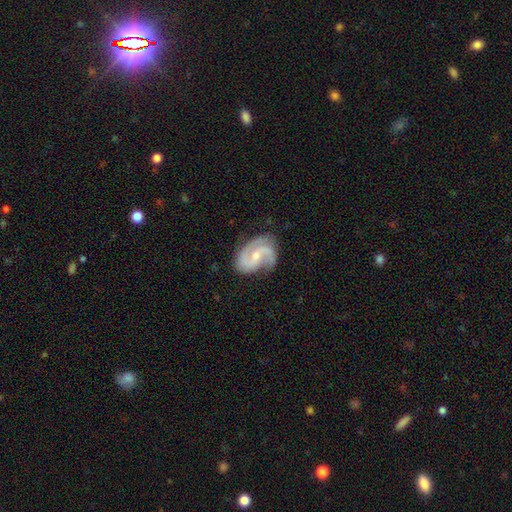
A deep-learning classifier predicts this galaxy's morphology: Smooth or featured?
  - featured or disk: 88% *
  - smooth: 7%
  - star or artifact: 5%
Edge-on disk?
  - no: 98% *
  - yes: 2%
Bar?
  - weak: 46% *
  - no: 41%
  - strong: 13%
Spiral arms?
  - yes: 97% *
  - no: 3%
Spiral winding?
  - medium: 53% *
  - tight: 26%
  - loose: 21%
Spiral arm count?
  - 2: 79% *
  - 3: 10%
  - can't tell: 5%
  - 1: 3%
  - 4: 2%
  - more than 4: 1%
Bulge size?
  - small: 56% *
  - moderate: 39%
  - none: 4%
  - large: 1%
  - dominant: 1%
Merging?
  - none: 67% *
  - minor disturbance: 23%
  - major disturbance: 9%
  - merger: 2%